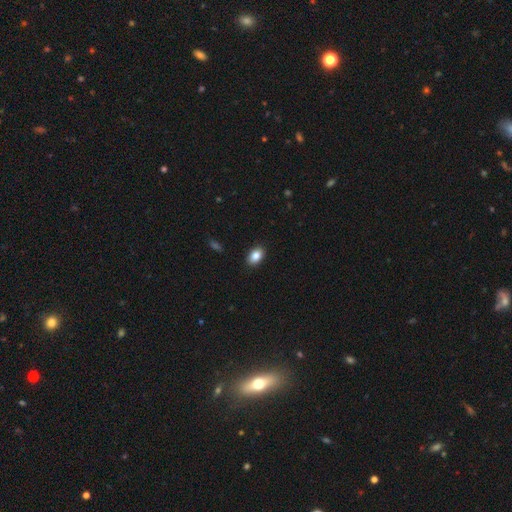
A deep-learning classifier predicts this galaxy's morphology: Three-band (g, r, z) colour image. It shows a smooth galaxy with no disk features (87%) that is in between round and cigar-shaped (85%). Merging: none (90%).